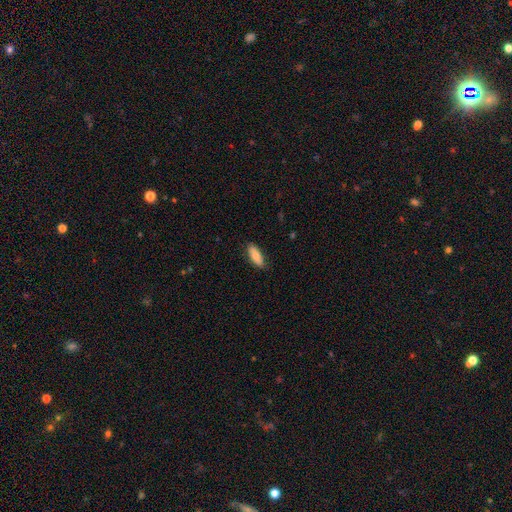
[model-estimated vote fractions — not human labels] Overall: smooth (77%). How rounded: in between (73%). Merging: none (84%).